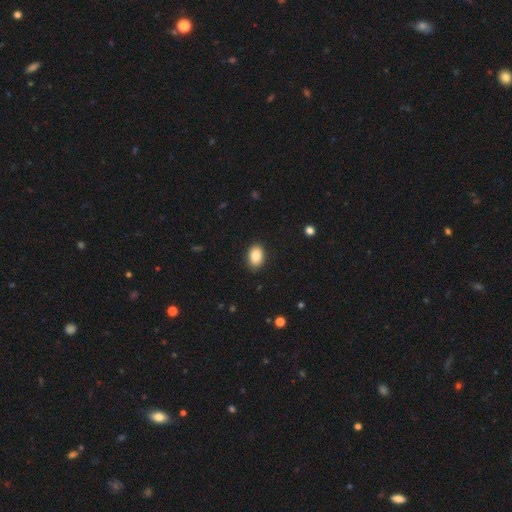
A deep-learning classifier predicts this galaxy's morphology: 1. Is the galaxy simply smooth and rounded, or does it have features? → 86% smooth, 8% star or artifact, 6% featured or disk.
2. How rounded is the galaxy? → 83% in between, 16% round, 1% cigar-shaped.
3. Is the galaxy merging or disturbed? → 89% none, 8% minor disturbance, 2% major disturbance, 1% merger.